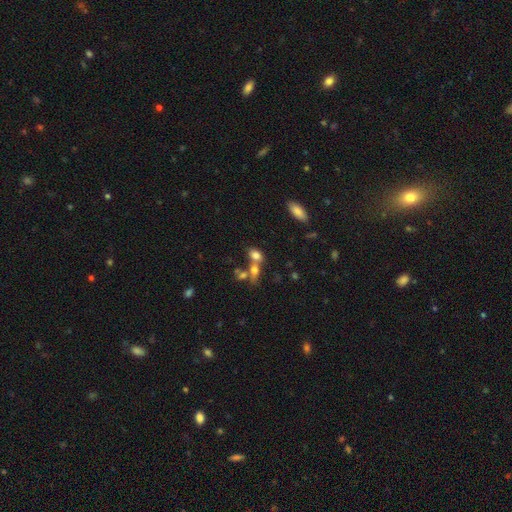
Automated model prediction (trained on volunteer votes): Morphology: type=smooth (74%); roundness=in between (74%); merging=merger (49%).